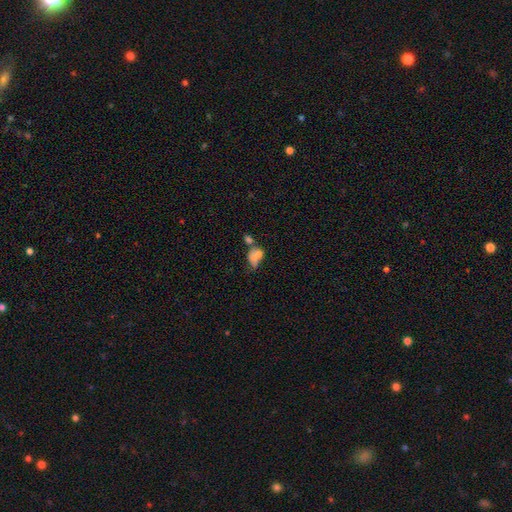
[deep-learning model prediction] Smooth or featured? Predicted: smooth (p=0.67). How rounded? Predicted: in between (p=0.70). Merging? Predicted: merger (p=0.52).